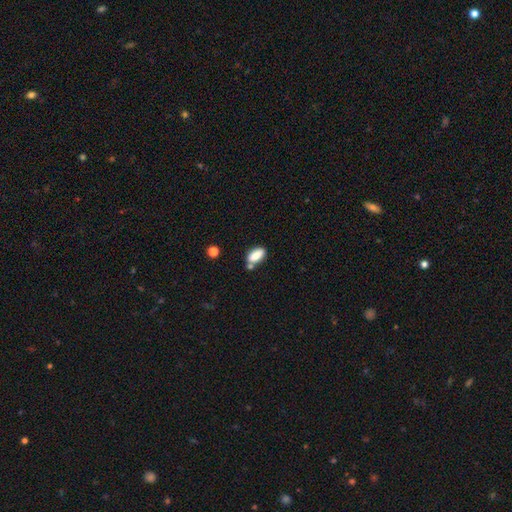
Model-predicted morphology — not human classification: smooth 84%, featured or disk 8%, star or artifact 8%. Down the decision tree: how rounded — in between (84%); merging — none (61%).